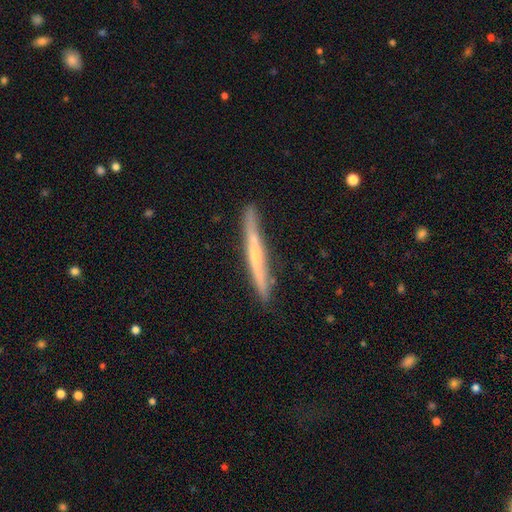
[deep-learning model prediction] featured or disk 59%, smooth 35%, star or artifact 6%. Down the decision tree: edge-on disk — yes (96%); edge-on bulge — none (51%); merging — none (86%).